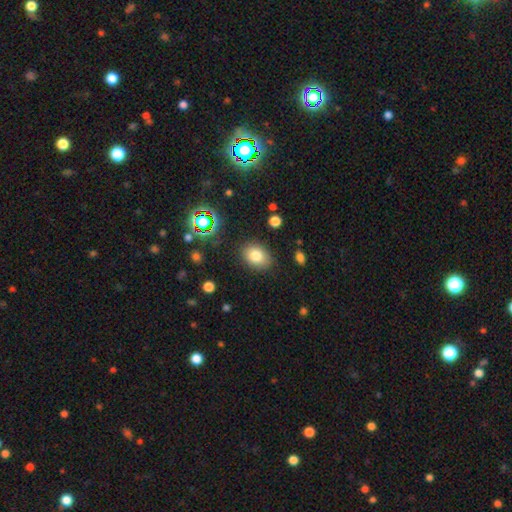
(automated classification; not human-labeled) Overall: smooth (79%). How rounded: in between (67%; round 32%). Merging: none (84%).